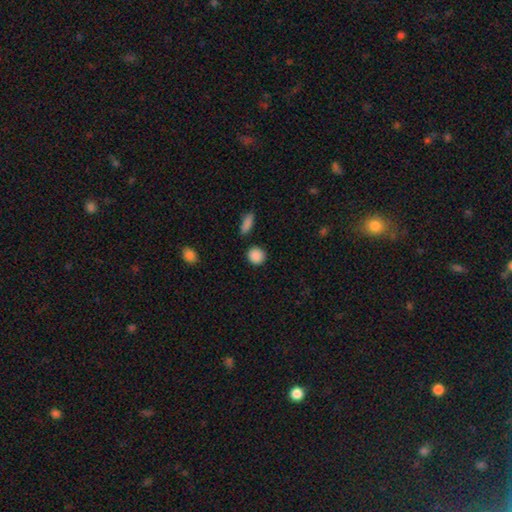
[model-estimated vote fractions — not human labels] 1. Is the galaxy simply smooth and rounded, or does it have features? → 89% smooth, 8% star or artifact, 3% featured or disk.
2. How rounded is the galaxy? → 86% round, 13% in between, 2% cigar-shaped.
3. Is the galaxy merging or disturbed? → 87% none, 7% minor disturbance, 3% merger, 2% major disturbance.